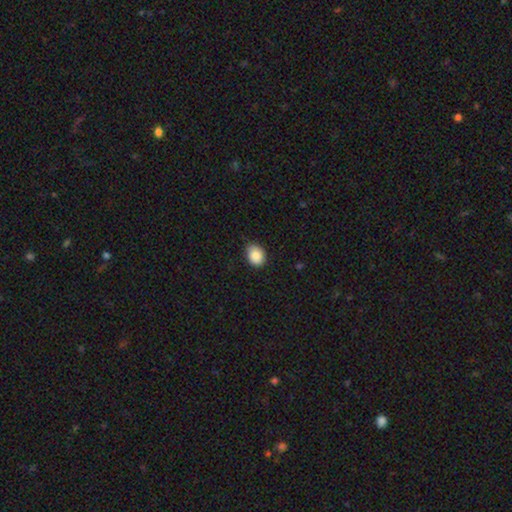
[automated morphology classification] Overall: smooth (88%). How rounded: in between (59%; round 40%). Merging: none (73%).